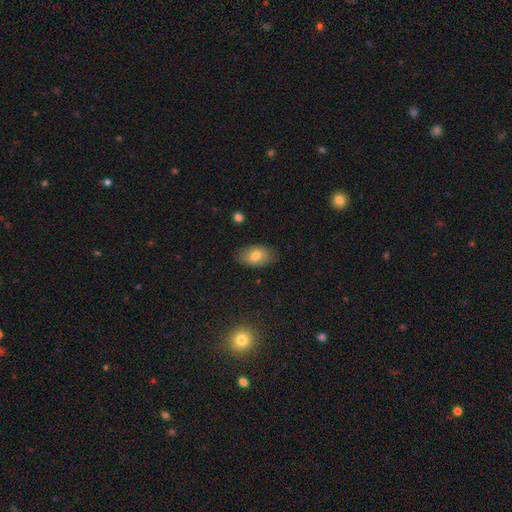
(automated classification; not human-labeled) A smooth galaxy with no disk features (74%) that is in between round and cigar-shaped (91%).

Vote fractions:
- Smooth or featured? smooth: 74% / featured or disk: 17% / star or artifact: 8%
- How rounded? in between: 91% / round: 8% / cigar-shaped: 1%
- Merging? none: 81% / minor disturbance: 15% / major disturbance: 3% / merger: 1%